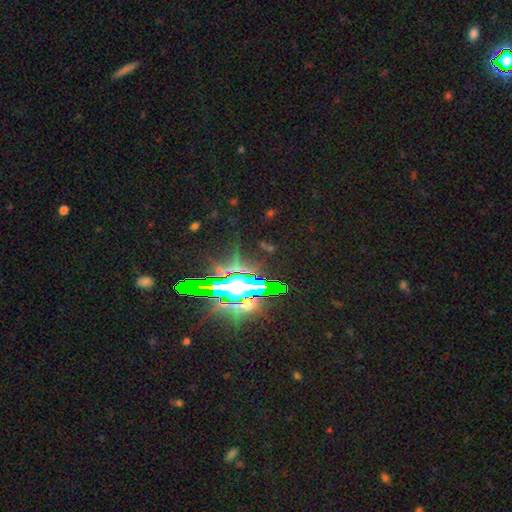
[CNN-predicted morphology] Smooth or featured? star or artifact (83%)